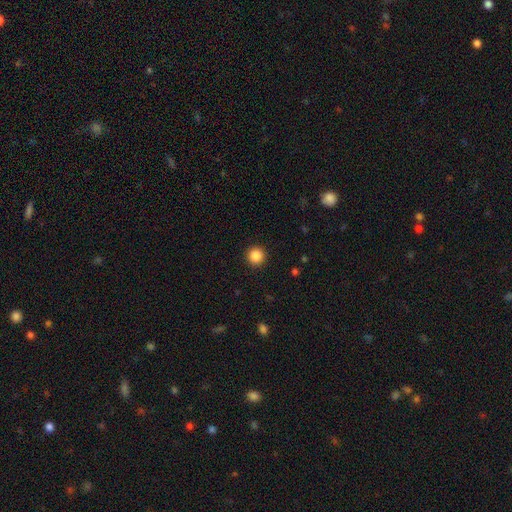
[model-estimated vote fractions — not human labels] This is clearly a smooth galaxy (87%). How rounded: clearly round (96%). Merging: clearly none (93%).